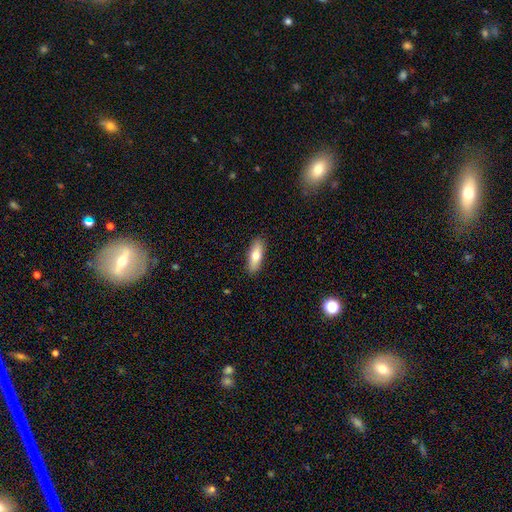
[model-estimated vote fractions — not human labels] A smooth galaxy with no disk features (74%) that is in between round and cigar-shaped (59%).

Vote fractions:
- Smooth or featured? smooth: 74% / featured or disk: 20% / star or artifact: 6%
- How rounded? in between: 59% / cigar-shaped: 39% / round: 2%
- Merging? none: 89% / minor disturbance: 8% / major disturbance: 2% / merger: 1%